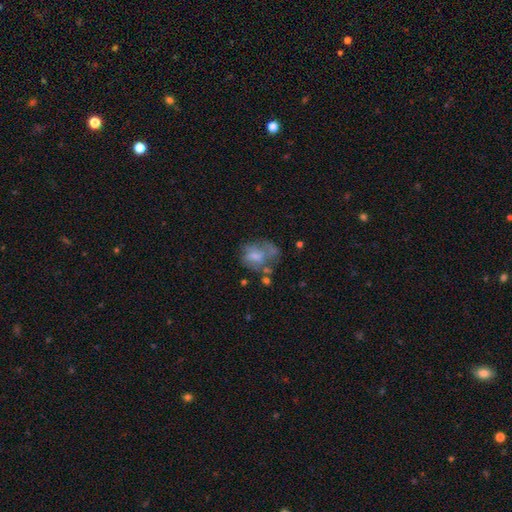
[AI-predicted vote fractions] A smooth galaxy with no disk features (52%) that is in between round and cigar-shaped (63%). Merging: none (33%).